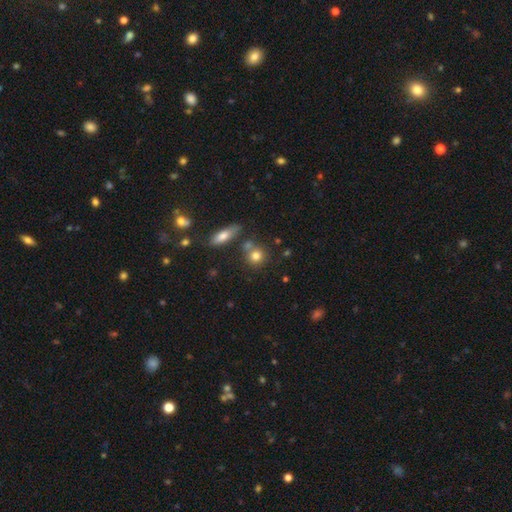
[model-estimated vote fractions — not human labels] smooth_or_featured: smooth (p=0.79) [alt: star or artifact p=0.11]
how_rounded: round (p=0.80) [alt: in between p=0.17]
merging: none (p=0.63) [alt: merger p=0.21]